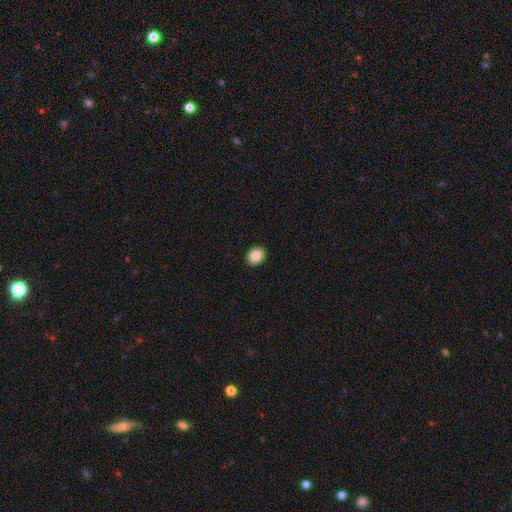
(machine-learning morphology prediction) A smooth galaxy with no disk features (88%) that is round (55%). Merging: none (91%).